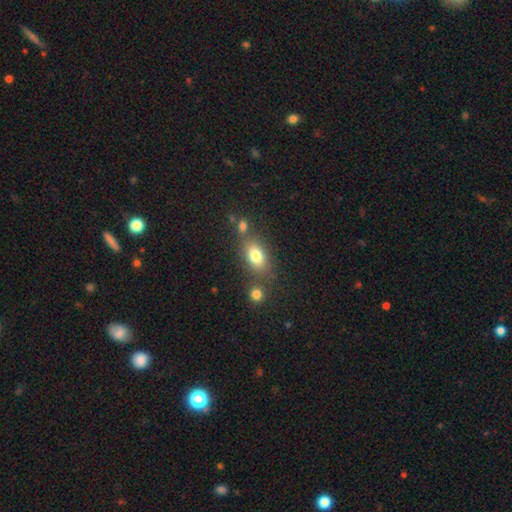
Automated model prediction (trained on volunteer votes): This is likely a smooth galaxy (79%). How rounded: clearly in between (80%). Merging: likely none (64%).